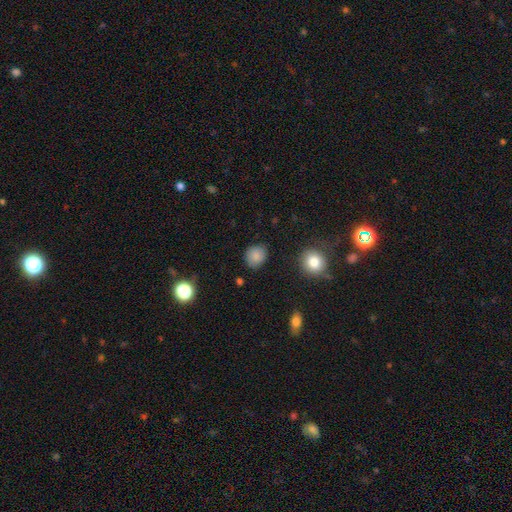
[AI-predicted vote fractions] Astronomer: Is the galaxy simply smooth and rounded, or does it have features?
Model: smooth — 85%.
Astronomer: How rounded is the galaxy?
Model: round — 79%.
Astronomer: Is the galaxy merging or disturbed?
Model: none — 85%.